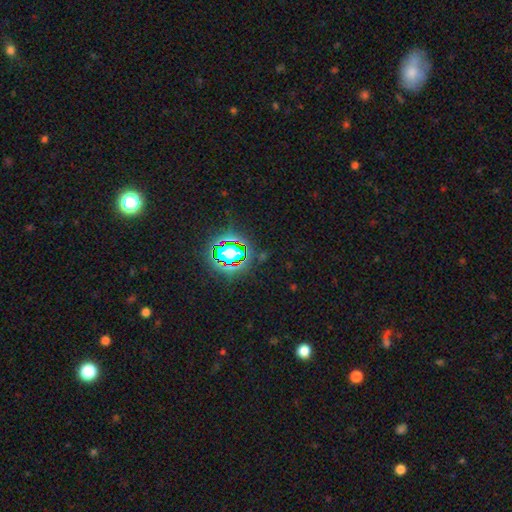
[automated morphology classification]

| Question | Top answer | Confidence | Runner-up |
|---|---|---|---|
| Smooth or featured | star or artifact | 79% | smooth (13%) |